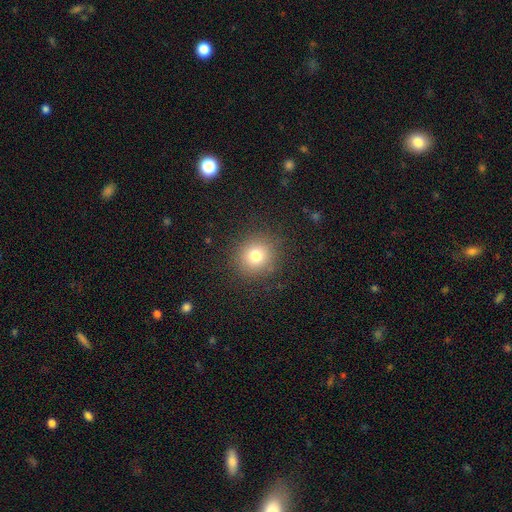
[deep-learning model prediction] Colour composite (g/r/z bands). It shows a smooth galaxy with no disk features (76%) that is round (90%). Merging: none (87%).